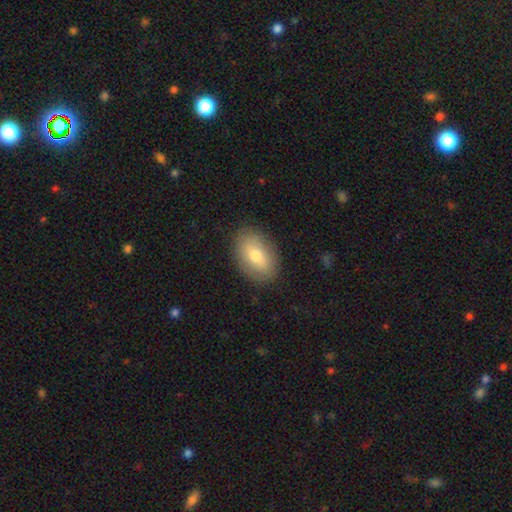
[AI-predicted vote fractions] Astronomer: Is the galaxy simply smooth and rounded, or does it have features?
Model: smooth — 72%.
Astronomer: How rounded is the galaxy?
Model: in between — 86%.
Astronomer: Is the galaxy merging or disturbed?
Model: none — 86%.